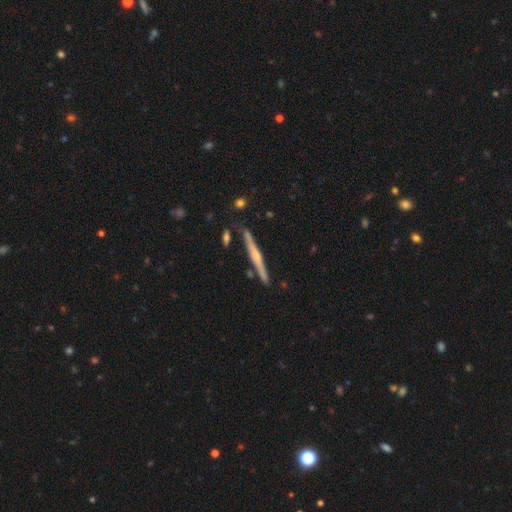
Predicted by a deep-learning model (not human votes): This is likely a featured or disk galaxy (74%). It is clearly viewed edge-on (98%). Edge-on bulge: likely rounded (75%). Merging: clearly none (88%).